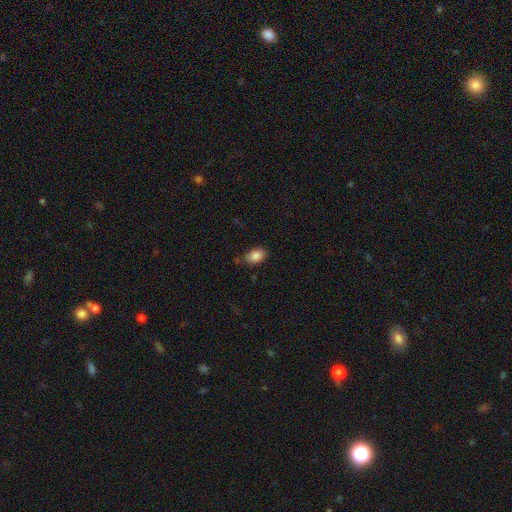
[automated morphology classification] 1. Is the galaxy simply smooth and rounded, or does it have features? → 86% smooth, 8% star or artifact, 6% featured or disk.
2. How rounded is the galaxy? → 87% in between, 12% round, 1% cigar-shaped.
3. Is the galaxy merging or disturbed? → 81% none, 14% minor disturbance, 3% major disturbance, 2% merger.